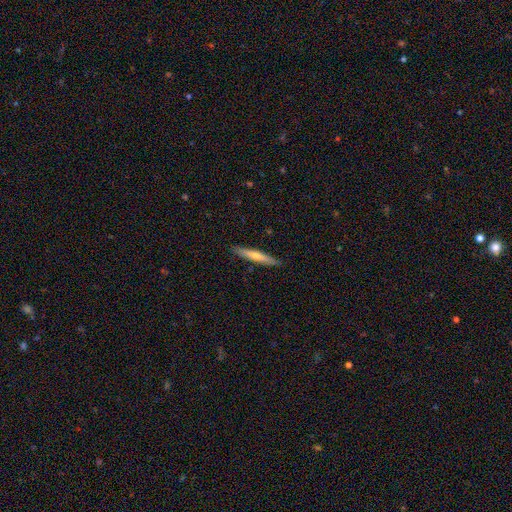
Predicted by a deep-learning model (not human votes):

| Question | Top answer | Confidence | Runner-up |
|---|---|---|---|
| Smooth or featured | smooth | 49% | featured or disk (45%) |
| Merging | none | 90% | minor disturbance (8%) |